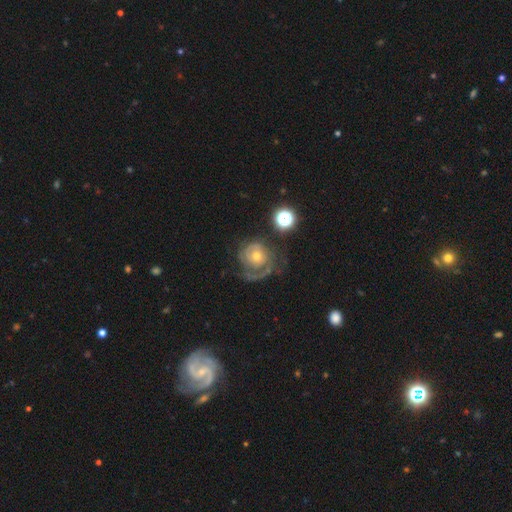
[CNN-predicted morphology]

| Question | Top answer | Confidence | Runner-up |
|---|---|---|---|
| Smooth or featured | featured or disk | 76% | smooth (16%) |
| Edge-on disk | no | 98% | yes (2%) |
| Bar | no | 80% | weak (16%) |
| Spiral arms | yes | 85% | no (15%) |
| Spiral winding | tight | 61% | medium (28%) |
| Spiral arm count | can't tell | 30% | 2 (27%) |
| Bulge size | moderate | 53% | small (41%) |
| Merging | none | 50% | major disturbance (25%) |